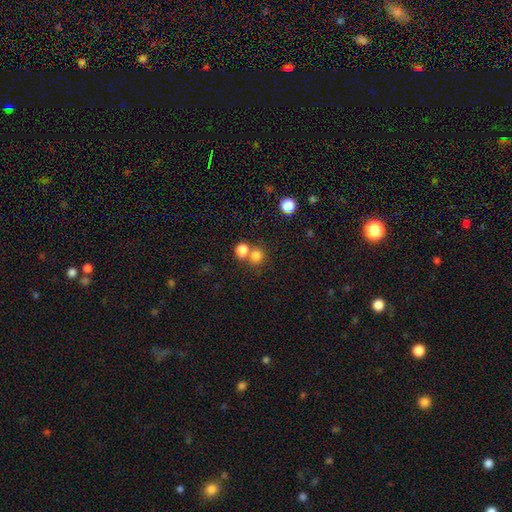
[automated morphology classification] Smooth or featured? smooth (79%)
How rounded? round (83%)
Merging? none (56%)